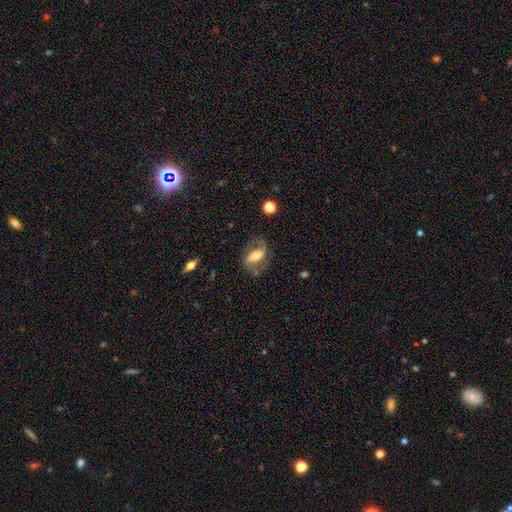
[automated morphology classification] smooth_or_featured: featured or disk (p=0.61) [alt: smooth p=0.32]
disk_edge_on: no (p=0.92) [alt: yes p=0.08]
bar: strong (p=0.43) [alt: weak p=0.30]
has_spiral_arms: yes (p=0.79) [alt: no p=0.21]
bulge_size: moderate (p=0.54) [alt: small p=0.26]
merging: none (p=0.65) [alt: minor disturbance p=0.19]